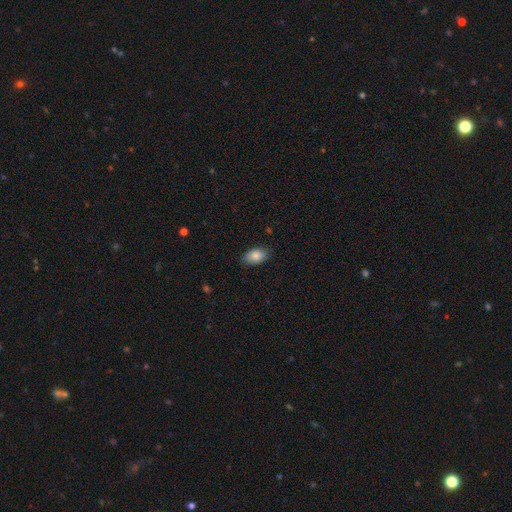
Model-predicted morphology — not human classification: smooth_or_featured: smooth (p=0.86) [alt: star or artifact p=0.07]
how_rounded: in between (p=0.90) [alt: round p=0.08]
merging: none (p=0.85) [alt: minor disturbance p=0.12]